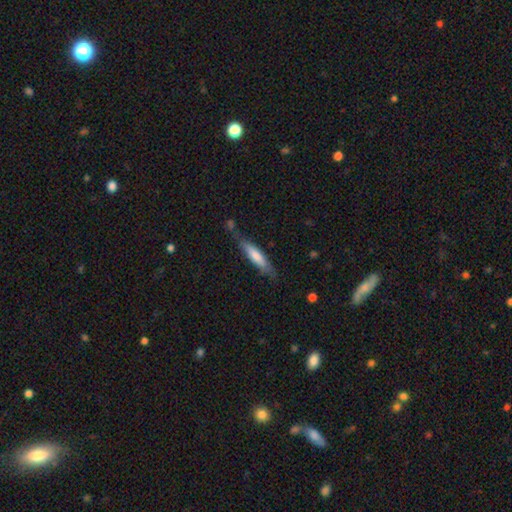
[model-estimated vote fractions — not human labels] Overall: smooth (63%; featured or disk 31%). How rounded: cigar-shaped (83%). Merging: none (71%).